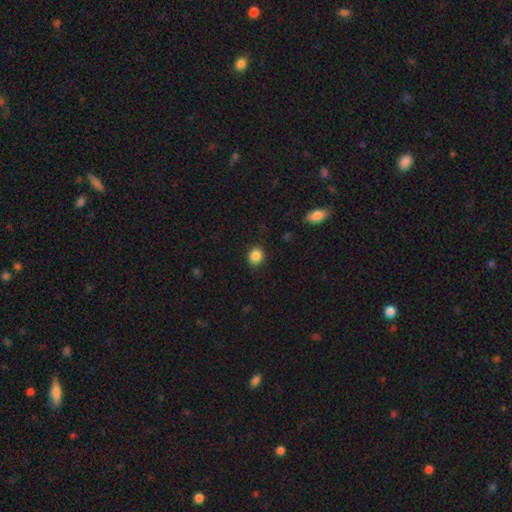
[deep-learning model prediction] smooth-or-featured: smooth: 87% | star or artifact: 10% | featured or disk: 3%
  how-rounded: round: 73% | in between: 26% | cigar-shaped: 1%
  merging: none: 89% | minor disturbance: 8% | major disturbance: 2% | merger: 1%